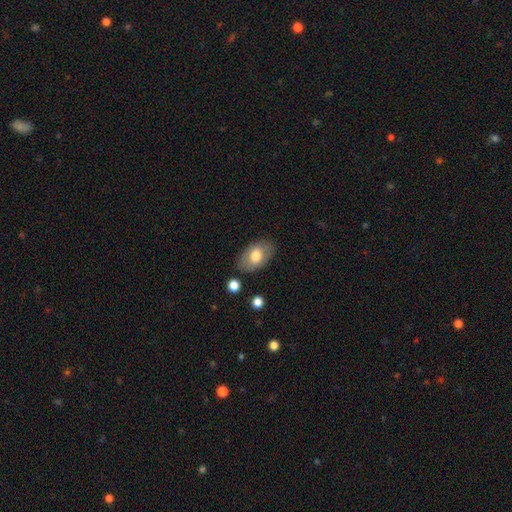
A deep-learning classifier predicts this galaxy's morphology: This is likely a smooth galaxy (71%). How rounded: clearly in between (90%). Merging: likely none (79%).